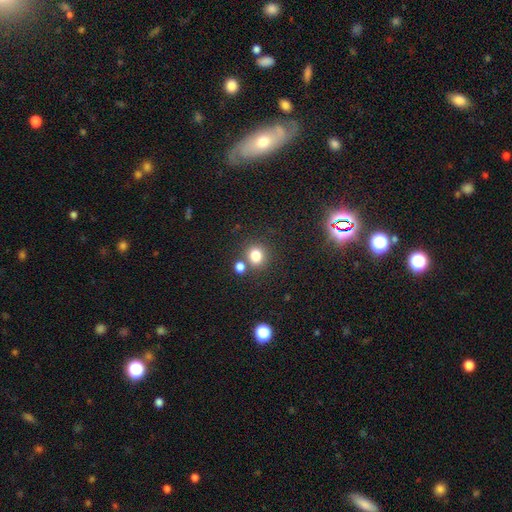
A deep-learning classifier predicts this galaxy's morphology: A smooth galaxy with no disk features (78%) that is round (82%). Merging: none (72%).